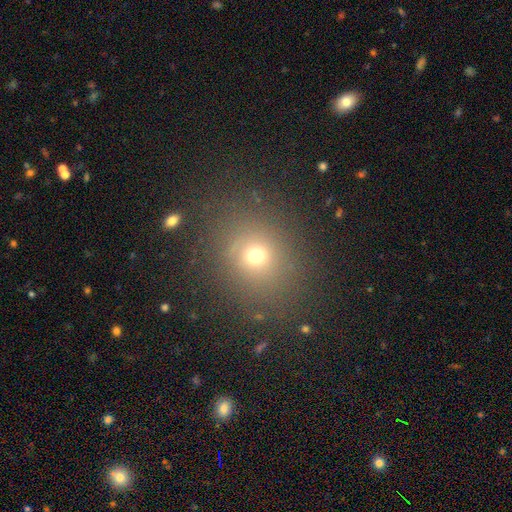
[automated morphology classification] The model was most divided on "how rounded": round: 69%, in between: 29%, cigar-shaped: 1%. More confident: merging — none (84%); smooth or featured — smooth (66%).